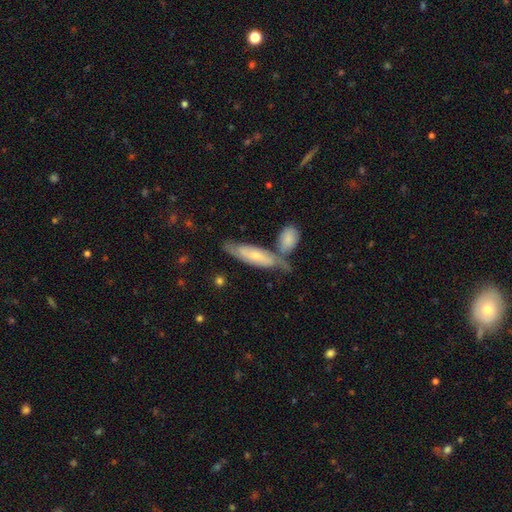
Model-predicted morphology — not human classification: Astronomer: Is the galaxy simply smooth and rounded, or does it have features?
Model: featured or disk — 51% (runner-up: smooth, 43%).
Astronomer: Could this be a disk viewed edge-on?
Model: no — 65%.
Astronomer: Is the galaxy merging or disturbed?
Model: none — 44% (runner-up: merger, 31%).